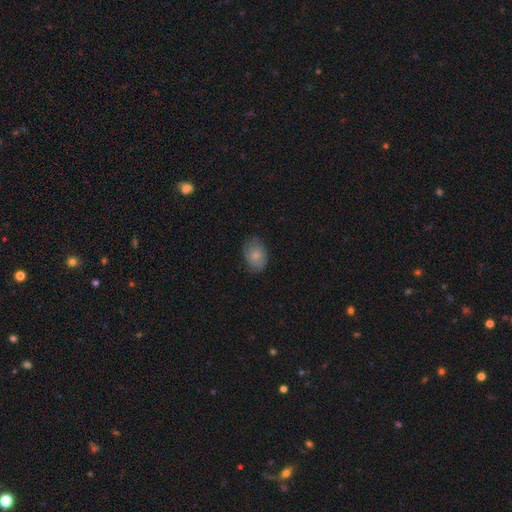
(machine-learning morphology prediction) This appears to be a smooth galaxy with no disk features (77%) that is in between round and cigar-shaped (72%). Merging: none (70%).